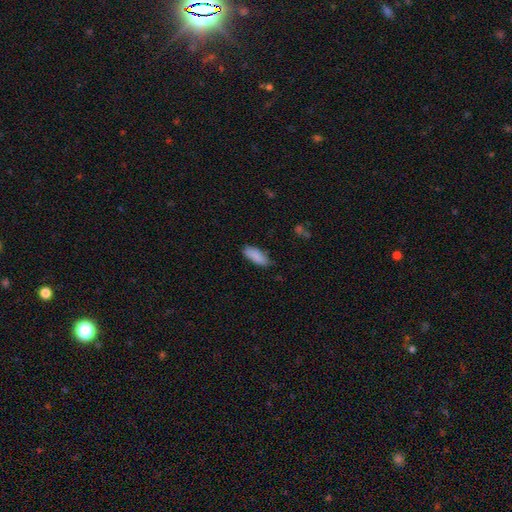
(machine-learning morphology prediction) smooth 88%, star or artifact 6%, featured or disk 6%. Down the decision tree: how rounded — in between (79%); merging — none (80%).